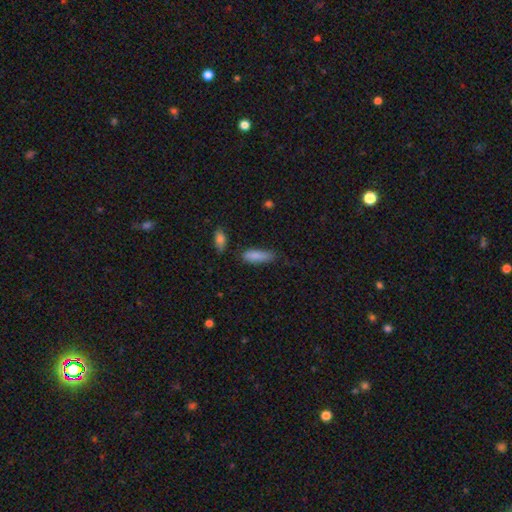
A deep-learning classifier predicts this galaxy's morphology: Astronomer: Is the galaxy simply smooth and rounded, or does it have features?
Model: smooth — 85%.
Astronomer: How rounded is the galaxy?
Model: in between — 55% (runner-up: cigar-shaped, 43%).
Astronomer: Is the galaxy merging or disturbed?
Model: none — 58%.